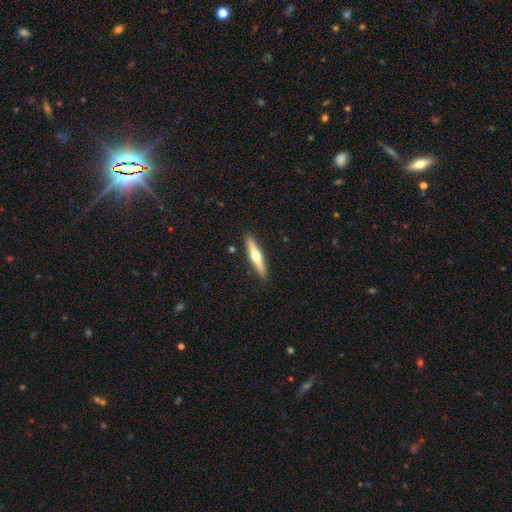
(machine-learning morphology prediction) This is possibly a featured or disk galaxy (57%). It is clearly viewed edge-on (96%). Edge-on bulge: clearly rounded (93%). Merging: clearly none (90%).